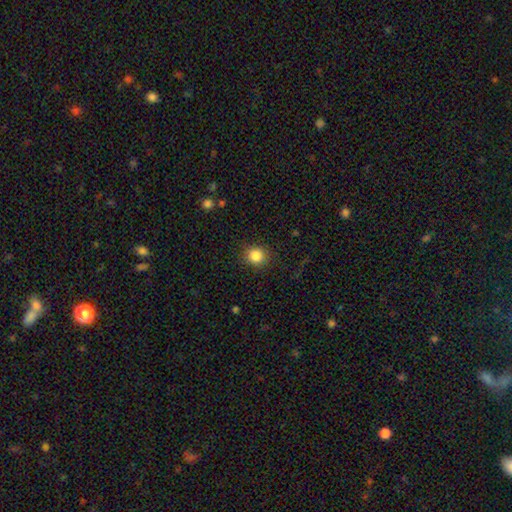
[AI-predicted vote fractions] A smooth galaxy with no disk features (85%) that is round (87%).

Vote fractions:
- Smooth or featured? smooth: 85% / star or artifact: 11% / featured or disk: 5%
- How rounded? round: 87% / in between: 12% / cigar-shaped: 1%
- Merging? none: 88% / minor disturbance: 8% / major disturbance: 3% / merger: 1%